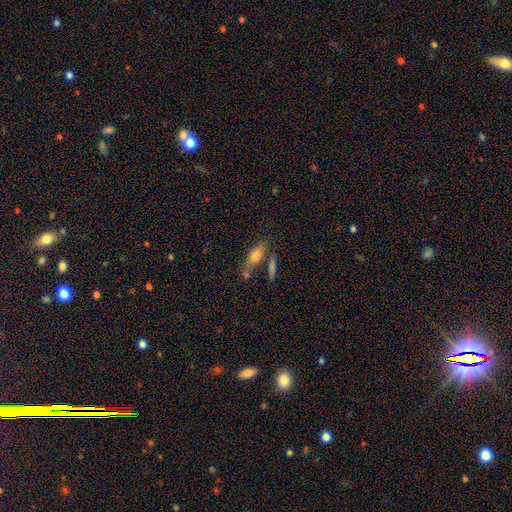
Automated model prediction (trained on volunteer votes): Morphology: type=smooth (70%); roundness=in between (64%); merging=none (57%).